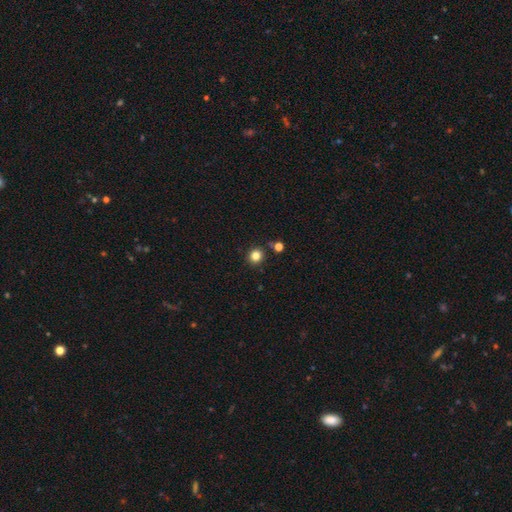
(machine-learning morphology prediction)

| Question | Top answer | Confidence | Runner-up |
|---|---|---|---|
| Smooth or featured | smooth | 82% | star or artifact (13%) |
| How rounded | round | 89% | in between (10%) |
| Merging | none | 87% | minor disturbance (7%) |